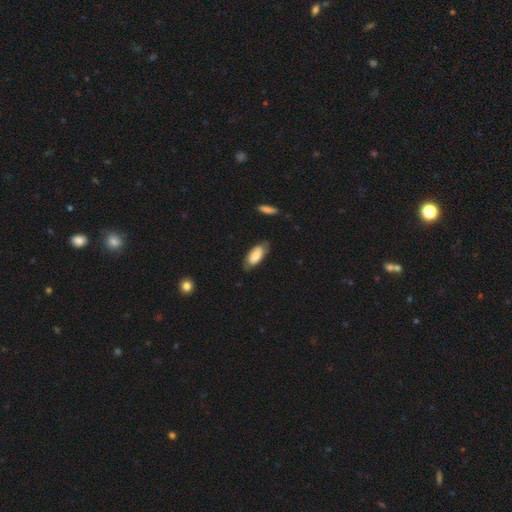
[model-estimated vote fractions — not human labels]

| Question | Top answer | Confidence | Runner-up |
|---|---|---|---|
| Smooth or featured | smooth | 69% | featured or disk (24%) |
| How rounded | in between | 88% | cigar-shaped (10%) |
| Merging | none | 70% | minor disturbance (22%) |